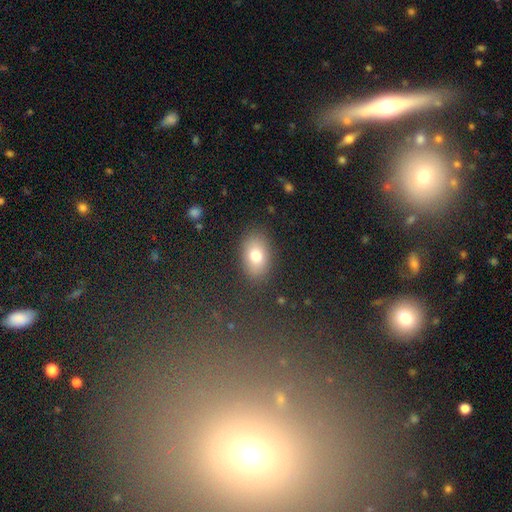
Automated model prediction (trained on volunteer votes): smooth_or_featured: smooth (p=0.77) [alt: featured or disk p=0.13]
how_rounded: in between (p=0.82) [alt: round p=0.17]
merging: none (p=0.84) [alt: minor disturbance p=0.10]